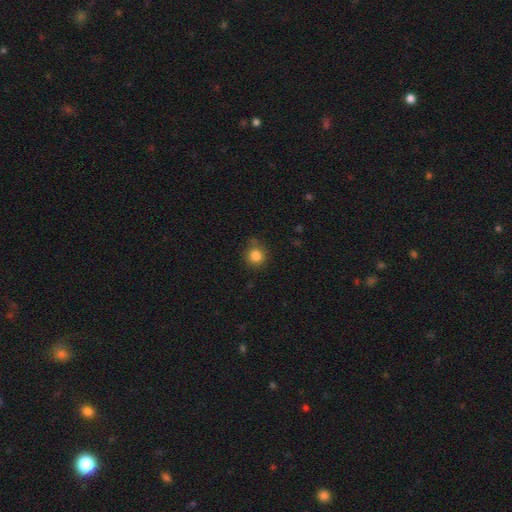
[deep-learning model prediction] Morphology: type=smooth (84%); roundness=round (91%); merging=none (79%).